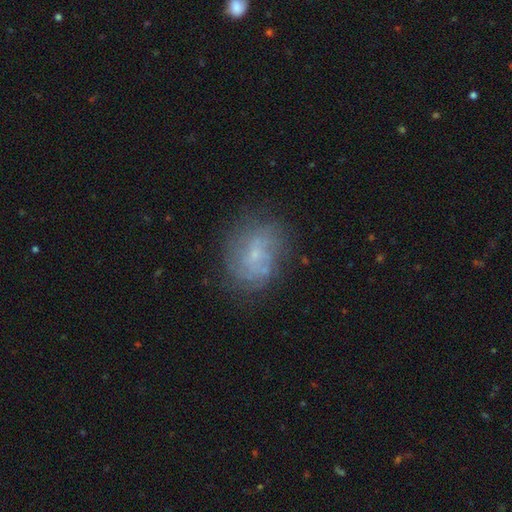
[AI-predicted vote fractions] featured or disk 56%, smooth 32%, star or artifact 12%. Down the decision tree: edge-on disk — no (97%); bar — no (68%); spiral arms — yes (66%); bulge size — small (71%); merging — none (68%).